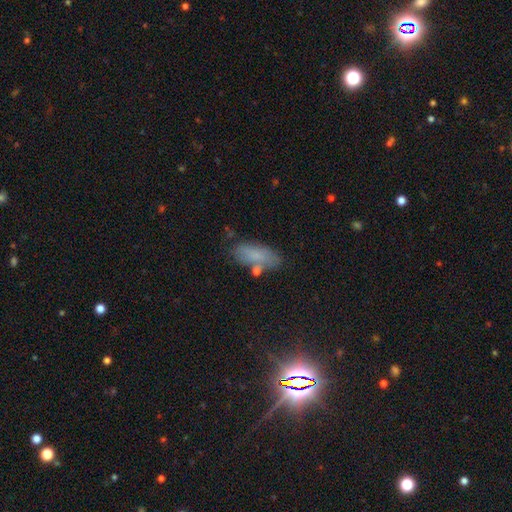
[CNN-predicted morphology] smooth 75%, featured or disk 15%, star or artifact 10%. Down the decision tree: how rounded — in between (81%); merging — none (68%).